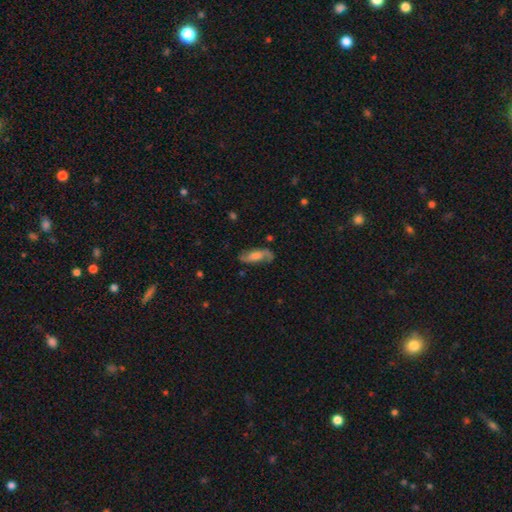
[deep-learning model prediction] smooth_or_featured: featured or disk (p=0.69) [alt: smooth p=0.24]
disk_edge_on: no (p=0.88) [alt: yes p=0.12]
bar: no (p=0.49) [alt: weak p=0.37]
has_spiral_arms: yes (p=0.93) [alt: no p=0.07]
spiral_winding: loose (p=0.47) [alt: medium p=0.39]
spiral_arm_count: 2 (p=0.89) [alt: can't tell p=0.05]
bulge_size: large (p=0.30) [alt: moderate p=0.29]
merging: none (p=0.75) [alt: minor disturbance p=0.17]